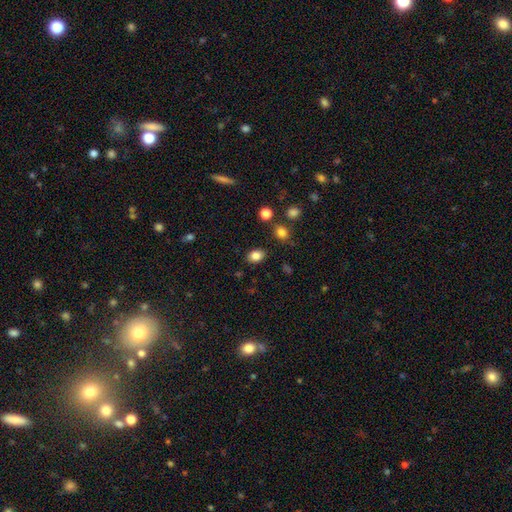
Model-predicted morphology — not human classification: Smooth or featured? Predicted: smooth (p=0.84). How rounded? Predicted: in between (p=0.65). Merging? Predicted: none (p=0.85).